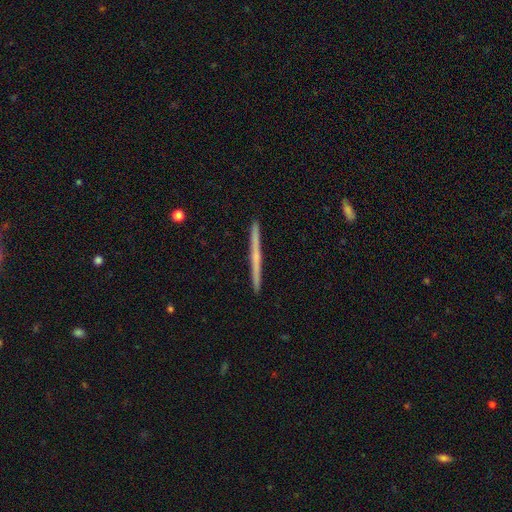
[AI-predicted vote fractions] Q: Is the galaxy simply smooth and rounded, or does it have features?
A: featured or disk — 61%.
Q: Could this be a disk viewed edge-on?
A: yes — 98%.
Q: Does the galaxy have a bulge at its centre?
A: none — 71%.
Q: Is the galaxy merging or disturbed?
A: none — 93%.